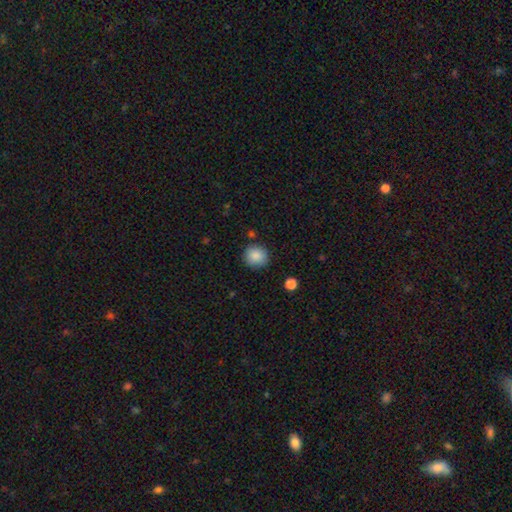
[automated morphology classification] Q: Smooth or featured?
A: smooth (87%); runner-up: star or artifact (8%)
Q: How rounded?
A: round (87%); runner-up: in between (12%)
Q: Merging?
A: none (85%); runner-up: minor disturbance (10%)